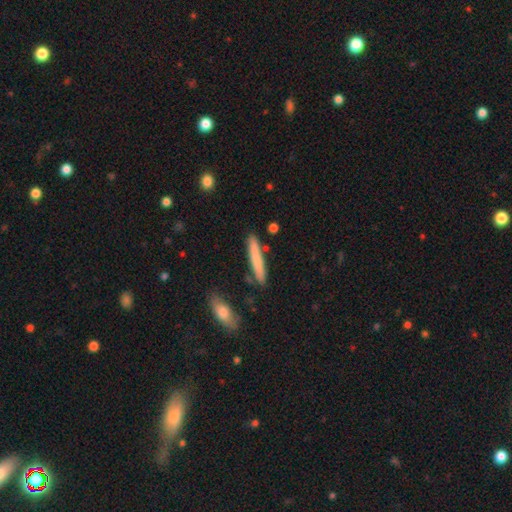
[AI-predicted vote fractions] Morphology: type=smooth (75%); roundness=cigar-shaped (93%); merging=none (85%).